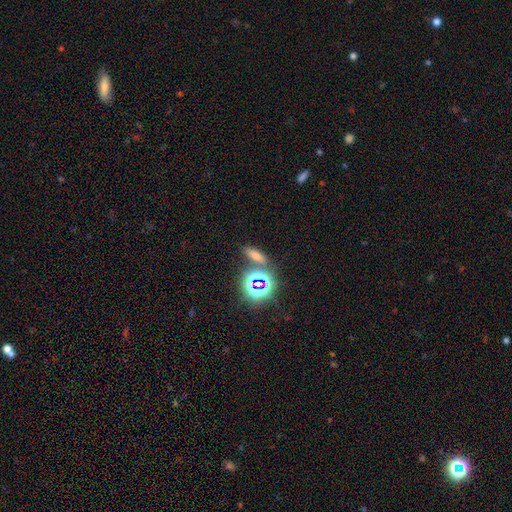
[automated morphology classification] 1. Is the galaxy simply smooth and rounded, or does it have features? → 56% smooth, 34% star or artifact, 11% featured or disk.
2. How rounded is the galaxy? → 44% cigar-shaped, 42% in between, 14% round.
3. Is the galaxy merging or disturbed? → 73% none, 12% merger, 10% minor disturbance, 4% major disturbance.